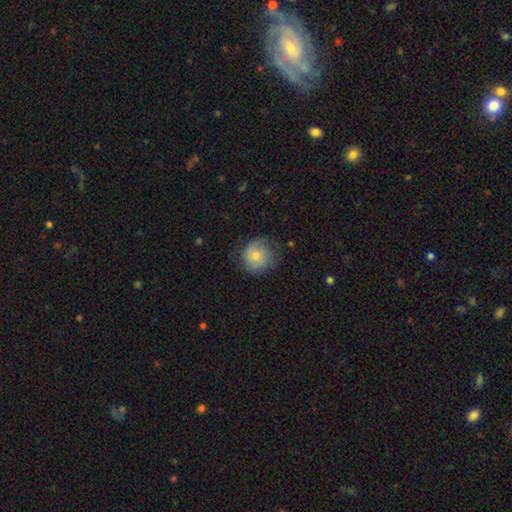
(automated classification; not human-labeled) Smooth or featured?
  - smooth: 57% *
  - featured or disk: 35%
  - star or artifact: 9%
How rounded?
  - round: 87% *
  - in between: 12%
  - cigar-shaped: 1%
Merging?
  - none: 65% *
  - minor disturbance: 24%
  - major disturbance: 10%
  - merger: 1%